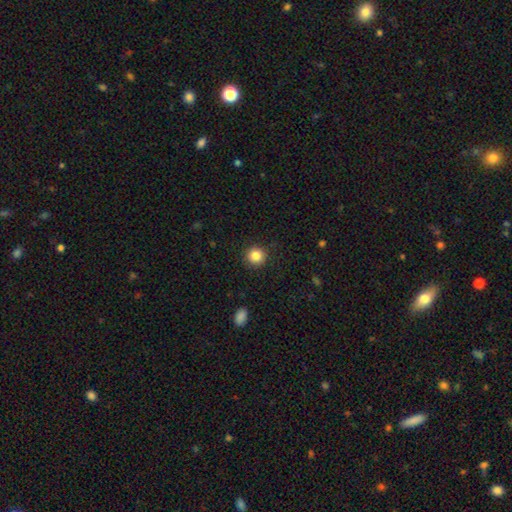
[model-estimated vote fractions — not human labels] Overall: smooth (85%). How rounded: round (94%). Merging: none (91%).